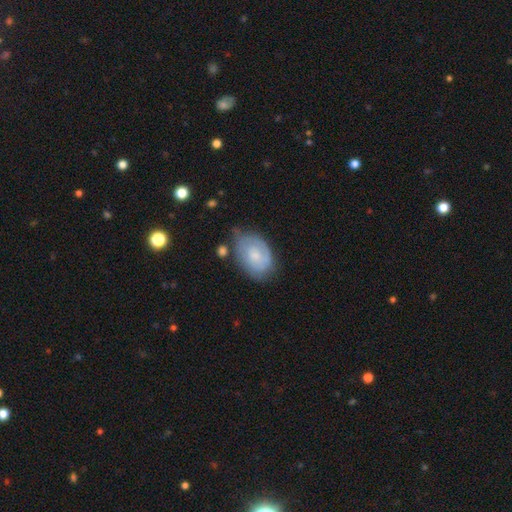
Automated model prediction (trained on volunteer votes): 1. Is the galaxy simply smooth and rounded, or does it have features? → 51% featured or disk, 42% smooth, 7% star or artifact.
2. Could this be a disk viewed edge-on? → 96% no, 4% yes.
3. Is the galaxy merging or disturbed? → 58% none, 29% minor disturbance, 9% major disturbance, 4% merger.